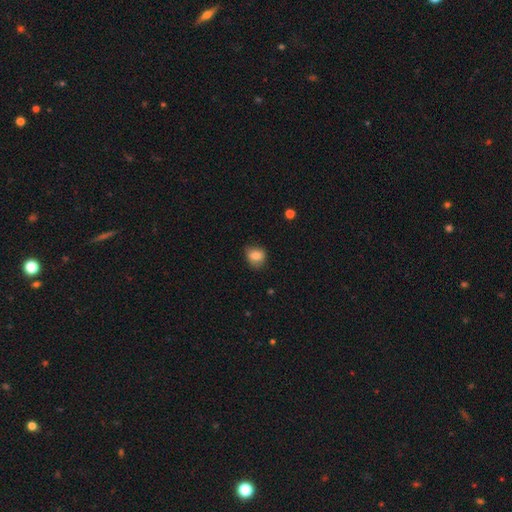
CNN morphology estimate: Smooth or featured?
  - smooth: 80% *
  - featured or disk: 10%
  - star or artifact: 10%
How rounded?
  - round: 67% *
  - in between: 32%
  - cigar-shaped: 1%
Merging?
  - none: 70% *
  - minor disturbance: 24%
  - major disturbance: 5%
  - merger: 1%